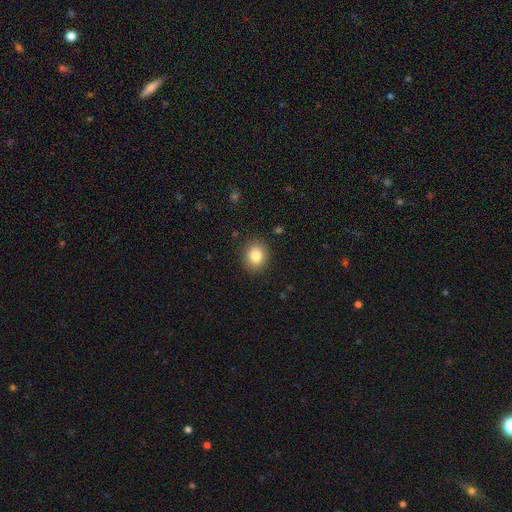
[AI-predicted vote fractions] This is clearly a smooth galaxy (83%). How rounded: likely round (72%). Merging: clearly none (88%).